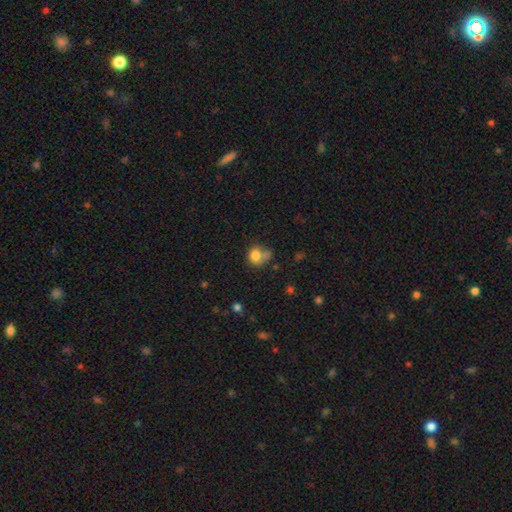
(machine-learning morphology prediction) smooth-or-featured: smooth: 79% | star or artifact: 11% | featured or disk: 10%
  how-rounded: round: 62% | in between: 37% | cigar-shaped: 1%
  merging: none: 37% | minor disturbance: 25% | merger: 23% | major disturbance: 15%